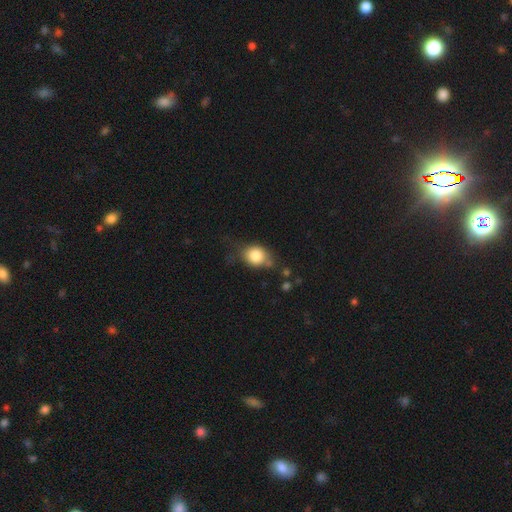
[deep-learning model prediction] A smooth galaxy with no disk features (80%) that is round (61%). Merging: none (52%).